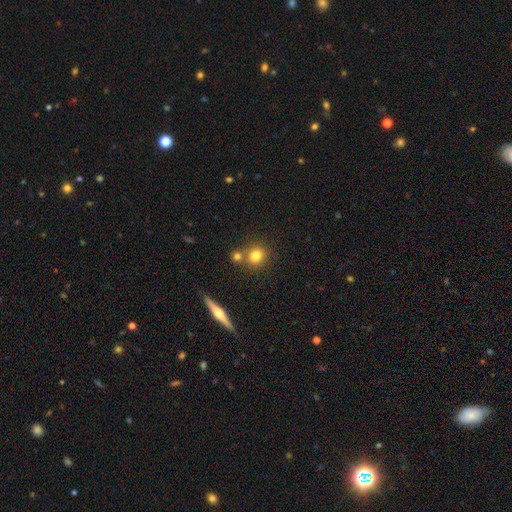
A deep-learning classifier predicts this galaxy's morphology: A smooth galaxy with no disk features (76%) that is round (82%).

Vote fractions:
- Smooth or featured? smooth: 76% / featured or disk: 12% / star or artifact: 11%
- How rounded? round: 82% / in between: 16% / cigar-shaped: 2%
- Merging? none: 67% / merger: 21% / minor disturbance: 9% / major disturbance: 3%